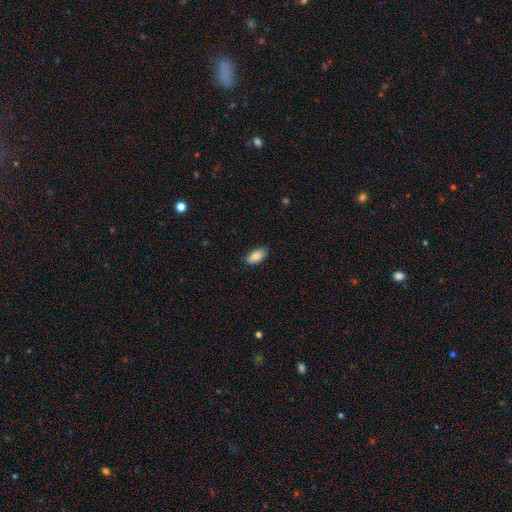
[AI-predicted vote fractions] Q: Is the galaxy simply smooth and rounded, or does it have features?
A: smooth — 87%.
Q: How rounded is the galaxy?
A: in between — 93%.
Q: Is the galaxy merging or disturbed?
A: none — 86%.